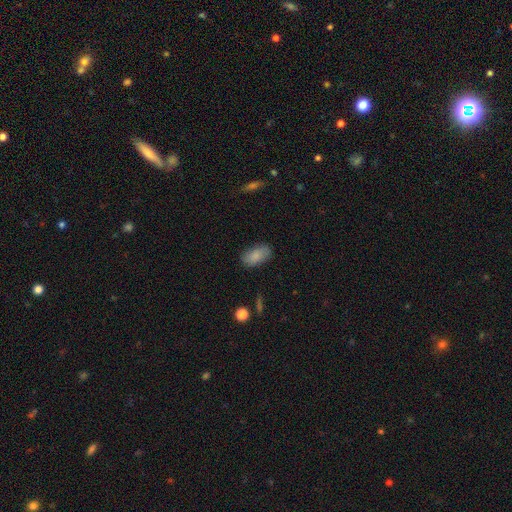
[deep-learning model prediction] Q: Smooth or featured?
A: smooth (86%); runner-up: featured or disk (7%)
Q: How rounded?
A: in between (93%); runner-up: round (4%)
Q: Merging?
A: none (82%); runner-up: minor disturbance (14%)